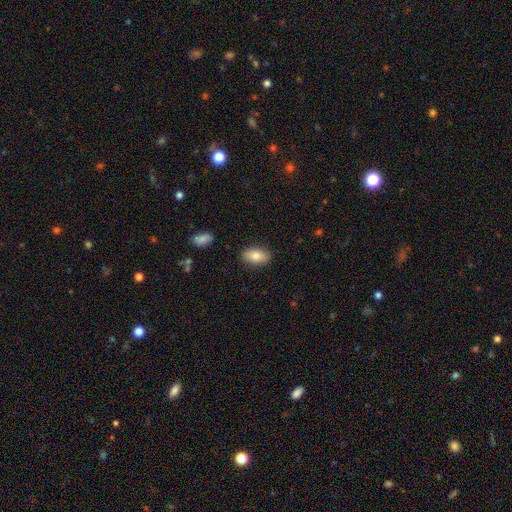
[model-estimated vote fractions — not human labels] This appears to be a smooth galaxy with no disk features (82%) that is in between round and cigar-shaped (91%). Merging: none (87%).